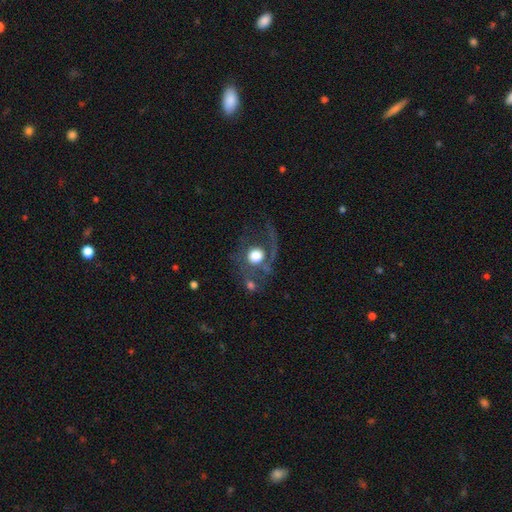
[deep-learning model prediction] Smooth or featured? Predicted: featured or disk (p=0.48). Merging? Predicted: none (p=0.38).